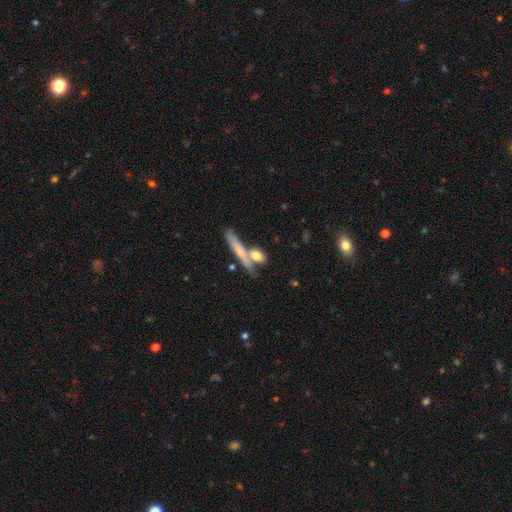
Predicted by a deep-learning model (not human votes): A smooth galaxy with no disk features (68%) that is cigar-shaped (49%). Merging: none (51%).